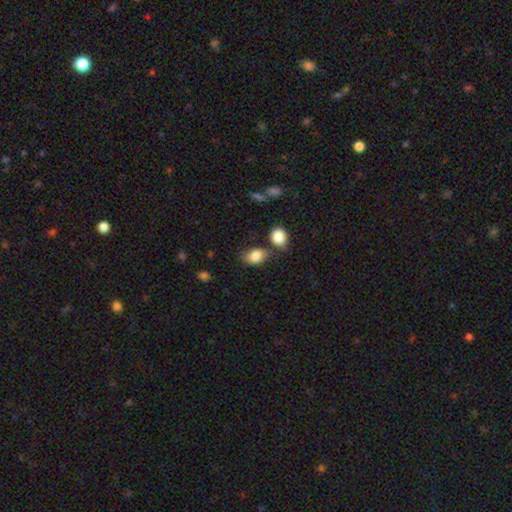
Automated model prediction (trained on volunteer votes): Smooth or featured? smooth (83%)
How rounded? in between (80%)
Merging? none (54%)